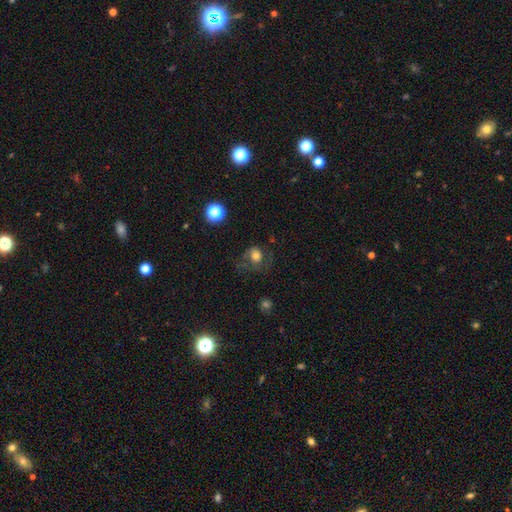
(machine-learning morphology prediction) Smooth or featured: smooth — 66% (featured or disk — 22%)
How rounded: round — 68% (in between — 31%)
Merging: none — 46% (major disturbance — 28%)